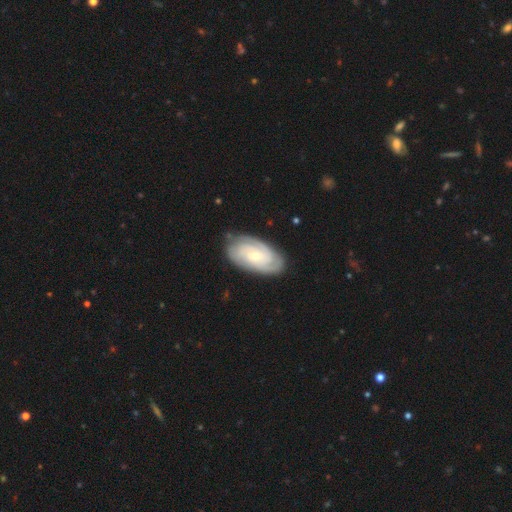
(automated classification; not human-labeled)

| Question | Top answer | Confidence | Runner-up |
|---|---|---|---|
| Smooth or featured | featured or disk | 77% | smooth (18%) |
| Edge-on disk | no | 95% | yes (5%) |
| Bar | no | 69% | weak (25%) |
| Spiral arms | yes | 95% | no (5%) |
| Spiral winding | tight | 73% | medium (22%) |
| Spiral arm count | can't tell | 31% | 3 (24%) |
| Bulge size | small | 66% | moderate (31%) |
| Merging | none | 79% | minor disturbance (16%) |